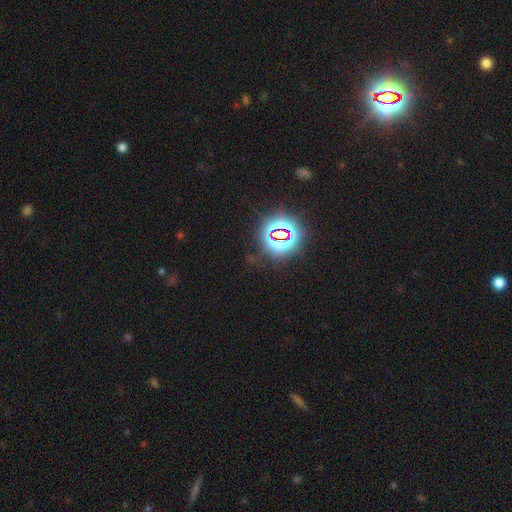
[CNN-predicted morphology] The model was most divided on "smooth or featured": star or artifact: 77%, smooth: 15%, featured or disk: 8%.